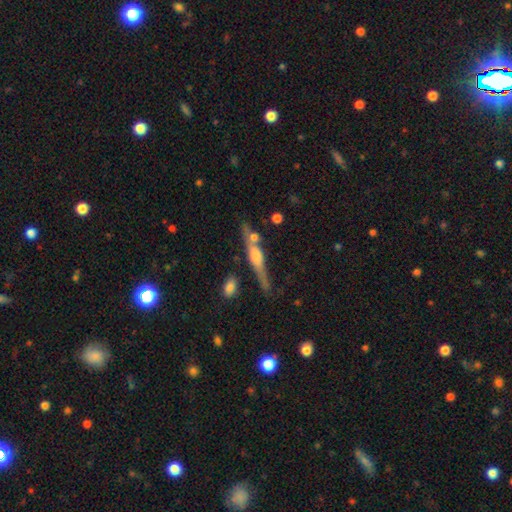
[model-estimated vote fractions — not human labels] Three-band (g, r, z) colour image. It shows a featured or disk galaxy (66%) viewed edge-on (93%) with a rounded central bulge (71%). Merging: none (65%).